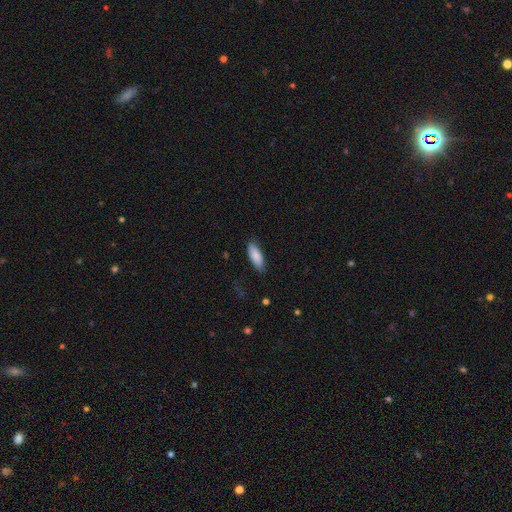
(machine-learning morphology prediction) This appears to be a smooth galaxy with no disk features (87%) that is in between round and cigar-shaped (72%). Merging: none (83%).